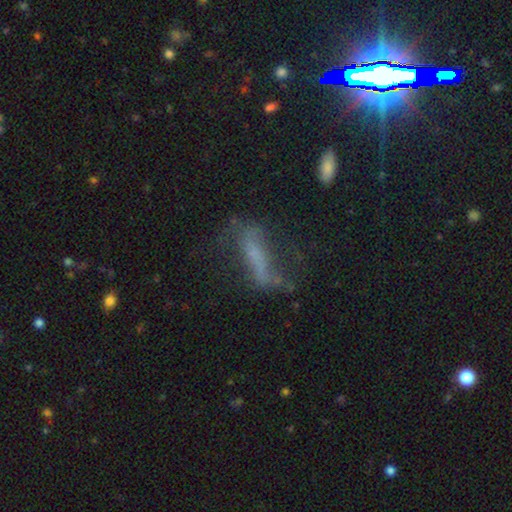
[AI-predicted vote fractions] Morphology: type=featured or disk (49%); merging=none (43%).